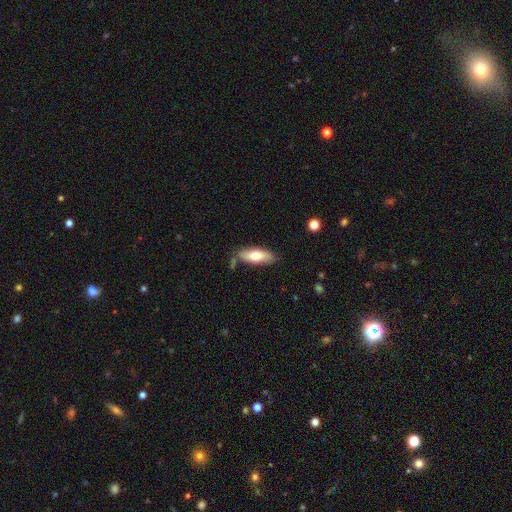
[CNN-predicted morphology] smooth-or-featured: smooth: 70% | featured or disk: 24% | star or artifact: 6%
  how-rounded: in between: 71% | cigar-shaped: 27% | round: 2%
  merging: none: 74% | minor disturbance: 17% | merger: 5% | major disturbance: 3%